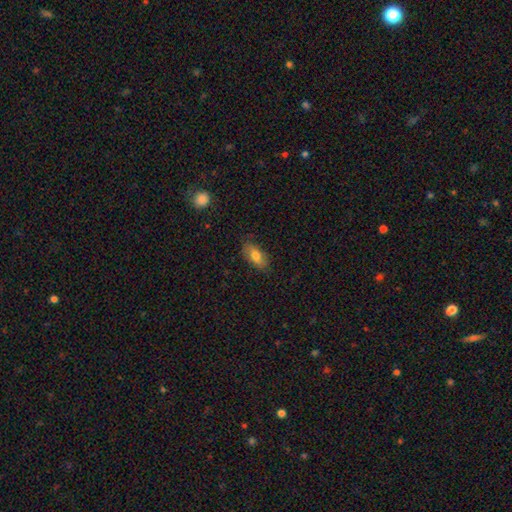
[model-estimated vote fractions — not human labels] smooth 77%, featured or disk 16%, star or artifact 7%. Down the decision tree: how rounded — in between (87%); merging — none (82%).